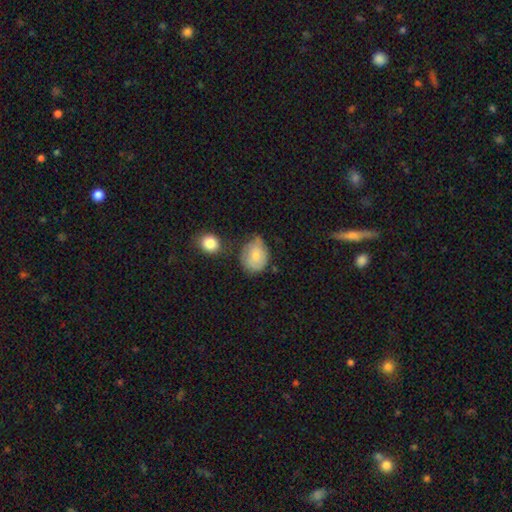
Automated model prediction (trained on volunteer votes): This is likely a smooth galaxy (69%). How rounded: possibly round (58%). Merging: possibly none (45%).